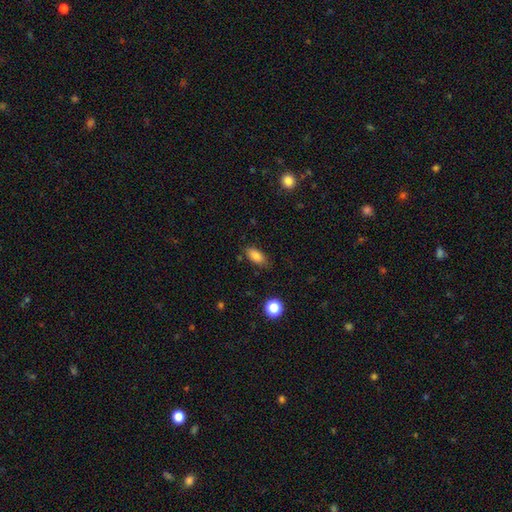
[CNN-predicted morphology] This is clearly a smooth galaxy (84%). How rounded: clearly in between (87%). Merging: clearly none (81%).